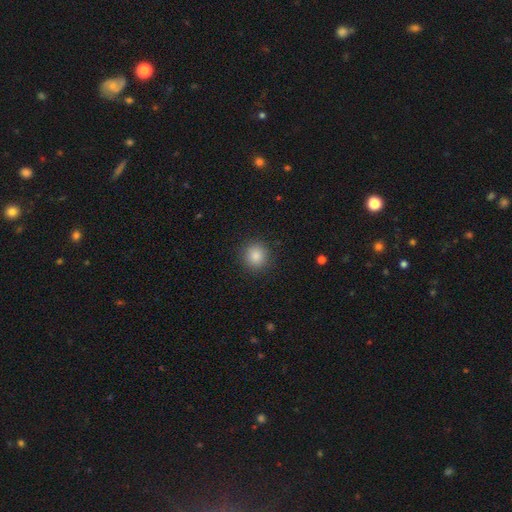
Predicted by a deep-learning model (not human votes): smooth 85%, star or artifact 11%, featured or disk 4%. Down the decision tree: how rounded — round (92%); merging — none (90%).